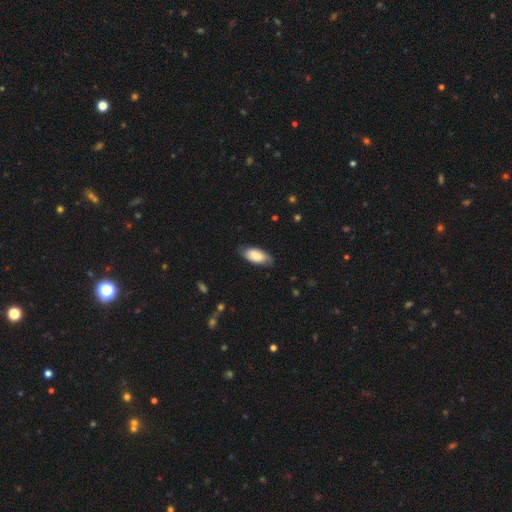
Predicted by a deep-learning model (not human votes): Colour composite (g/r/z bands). It shows a smooth galaxy with no disk features (77%) that is in between round and cigar-shaped (90%). Merging: none (75%).